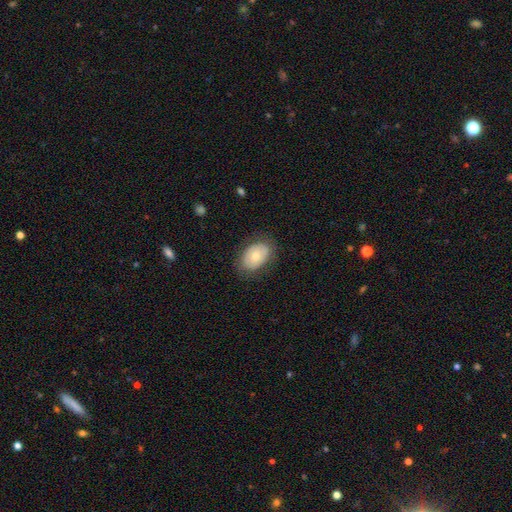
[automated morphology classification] Smooth or featured?
  - smooth: 69% *
  - featured or disk: 25%
  - star or artifact: 7%
How rounded?
  - in between: 83% *
  - round: 16%
  - cigar-shaped: 1%
Merging?
  - none: 77% *
  - minor disturbance: 16%
  - major disturbance: 5%
  - merger: 1%